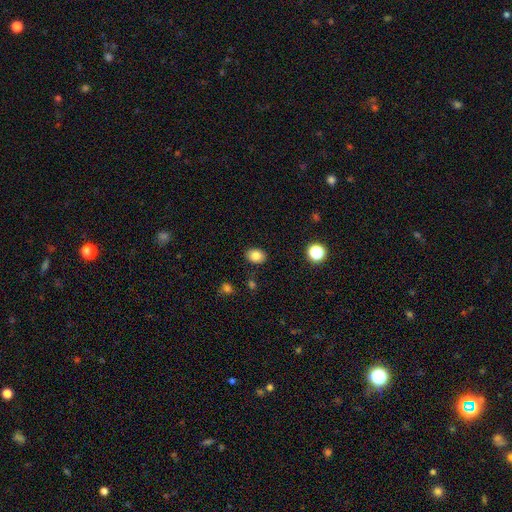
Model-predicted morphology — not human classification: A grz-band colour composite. It shows a smooth galaxy with no disk features (82%) that is in between round and cigar-shaped (66%). Merging: none (87%).